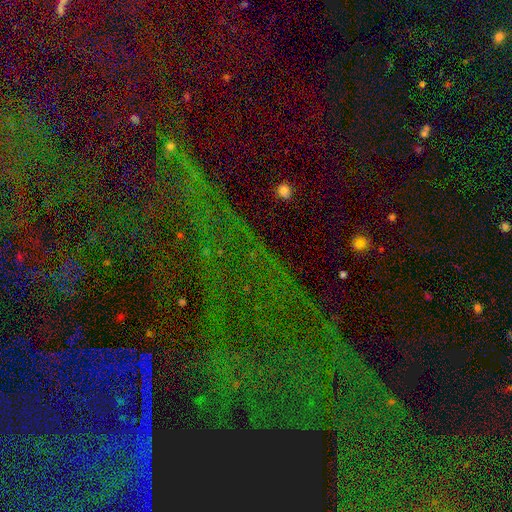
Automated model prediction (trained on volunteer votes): A star or artifact, not a galaxy (82%).